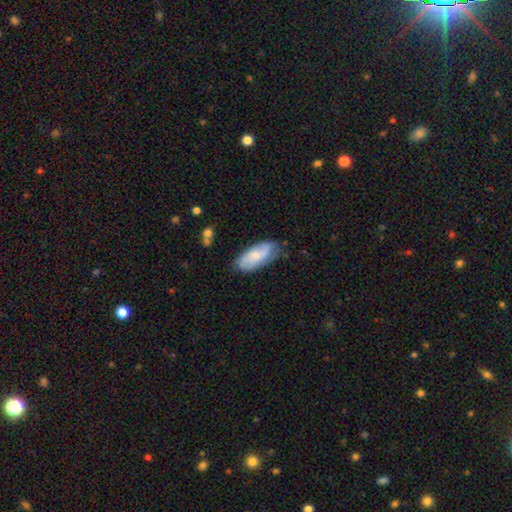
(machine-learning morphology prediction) smooth_or_featured: smooth (p=0.62) [alt: featured or disk p=0.32]
how_rounded: in between (p=0.85) [alt: cigar-shaped p=0.13]
merging: none (p=0.72) [alt: minor disturbance p=0.22]